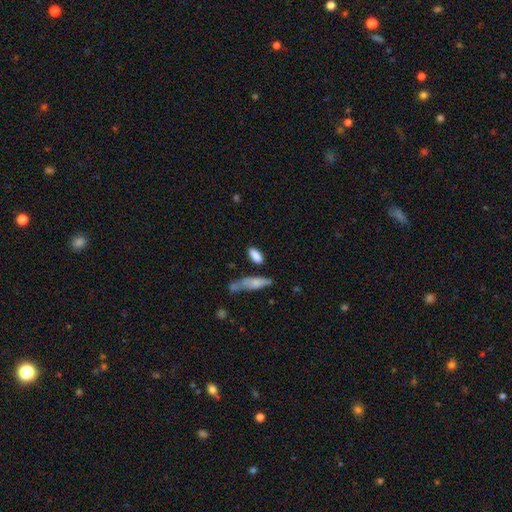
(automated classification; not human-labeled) smooth-or-featured: smooth: 84% | featured or disk: 9% | star or artifact: 7%
  how-rounded: in between: 77% | cigar-shaped: 20% | round: 3%
  merging: none: 68% | minor disturbance: 16% | merger: 10% | major disturbance: 5%